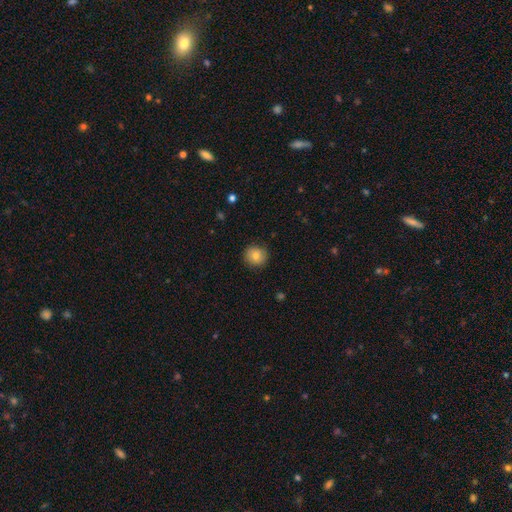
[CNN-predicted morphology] Smooth or featured: smooth — 78% (featured or disk — 14%)
How rounded: round — 90% (in between — 9%)
Merging: none — 88% (minor disturbance — 9%)